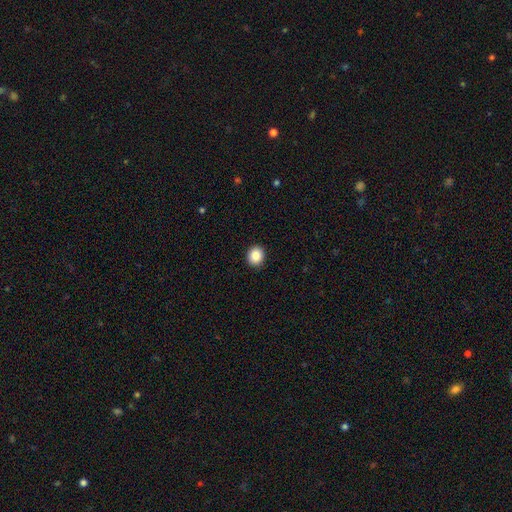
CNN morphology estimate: Smooth or featured?
  - smooth: 87% *
  - star or artifact: 9%
  - featured or disk: 4%
How rounded?
  - round: 78% *
  - in between: 21%
  - cigar-shaped: 1%
Merging?
  - none: 92% *
  - minor disturbance: 5%
  - major disturbance: 2%
  - merger: 1%